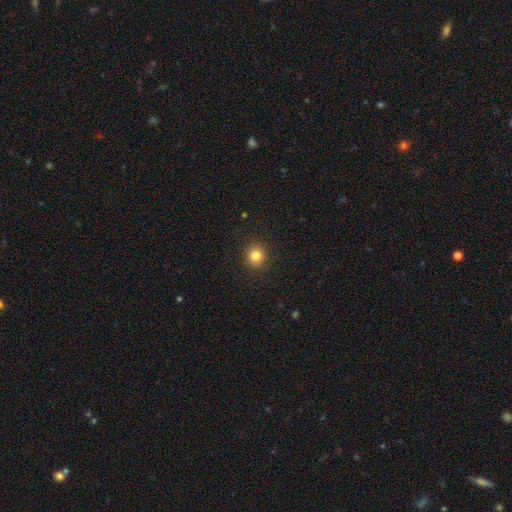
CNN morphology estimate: Overall: smooth (82%). How rounded: round (88%). Merging: none (91%).